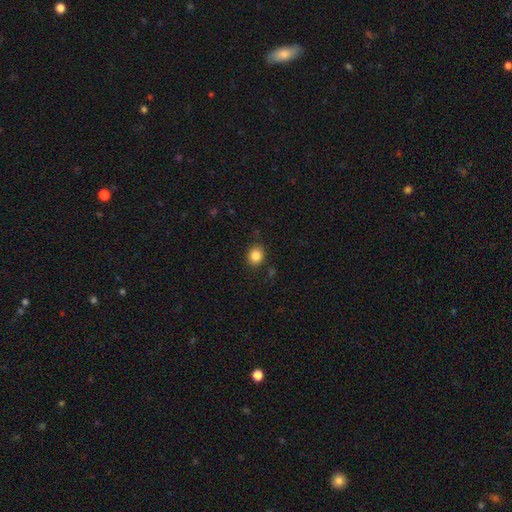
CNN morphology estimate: The model was most divided on "how rounded": round: 80%, in between: 19%, cigar-shaped: 1%. More confident: merging — none (87%); smooth or featured — smooth (85%).